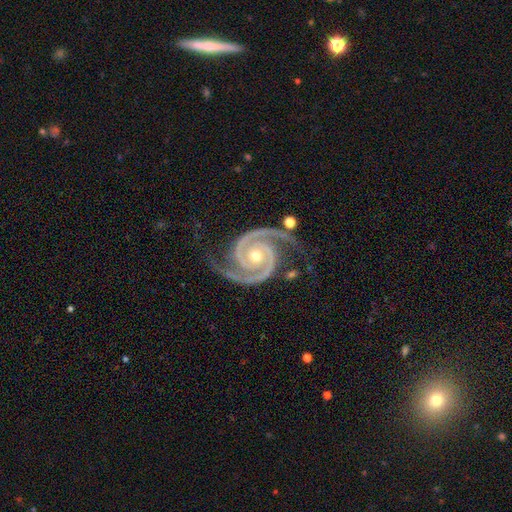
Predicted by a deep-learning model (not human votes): This is clearly a featured or disk galaxy (95%). It is clearly not viewed edge-on (98%). Bar: likely no (73%). Spiral arm pattern: clearly yes (99%). Spiral arm count: clearly 2 (93%). Spiral winding: likely tight (68%). Central bulge: possibly moderate (54%). Merging: likely none (77%).